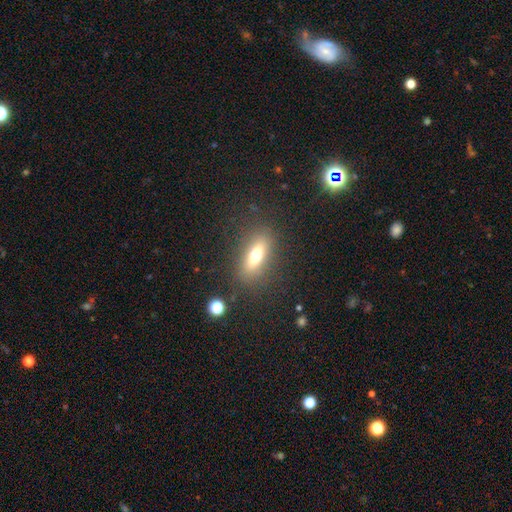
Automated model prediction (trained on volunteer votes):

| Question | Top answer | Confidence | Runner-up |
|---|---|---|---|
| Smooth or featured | smooth | 62% | featured or disk (27%) |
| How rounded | in between | 61% | cigar-shaped (33%) |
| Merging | none | 83% | minor disturbance (10%) |